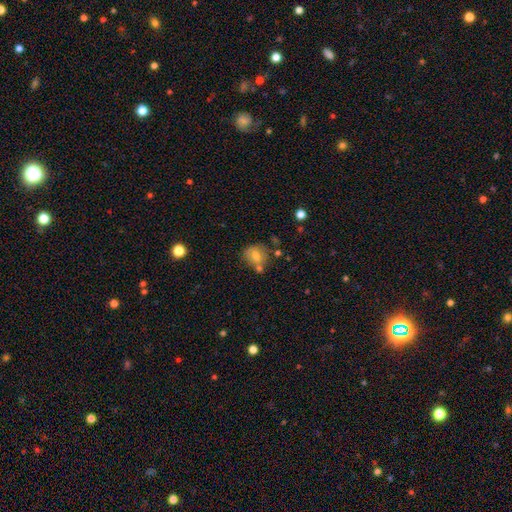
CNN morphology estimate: Smooth or featured?
  - smooth: 68% *
  - featured or disk: 21%
  - star or artifact: 11%
How rounded?
  - round: 68% *
  - in between: 31%
  - cigar-shaped: 1%
Merging?
  - none: 53% *
  - minor disturbance: 20%
  - merger: 20%
  - major disturbance: 7%